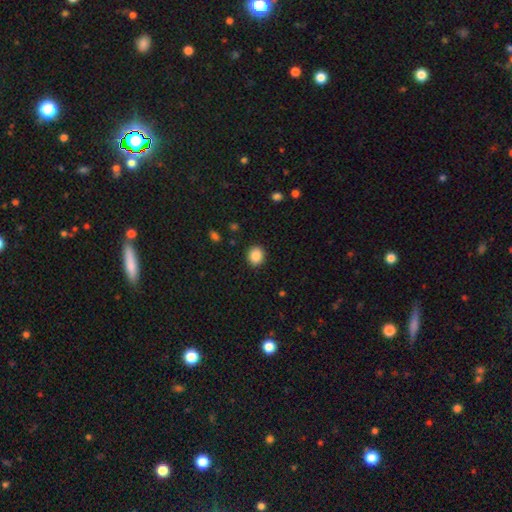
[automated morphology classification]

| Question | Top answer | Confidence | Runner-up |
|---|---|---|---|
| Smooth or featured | smooth | 87% | star or artifact (9%) |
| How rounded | round | 73% | in between (26%) |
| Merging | none | 91% | minor disturbance (6%) |